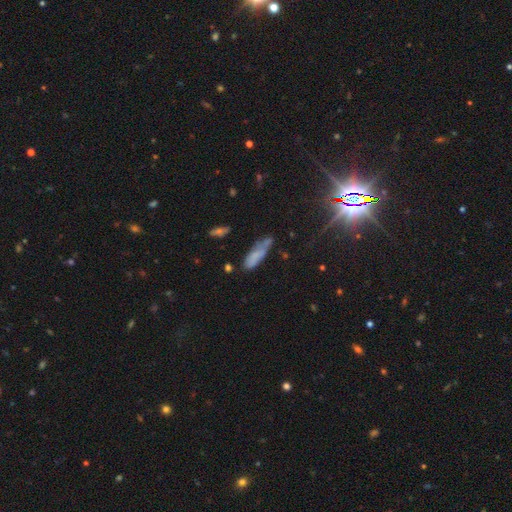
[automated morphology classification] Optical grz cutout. It shows a smooth galaxy with no disk features (64%) that is cigar-shaped (52%). Merging: none (47%).